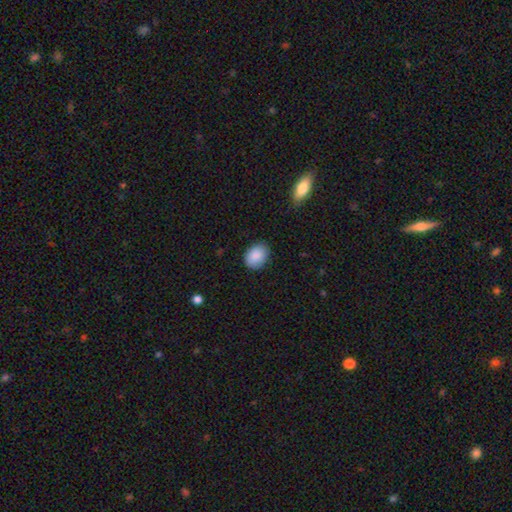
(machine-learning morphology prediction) smooth 89%, star or artifact 7%, featured or disk 4%. Down the decision tree: how rounded — in between (66%); merging — none (81%).